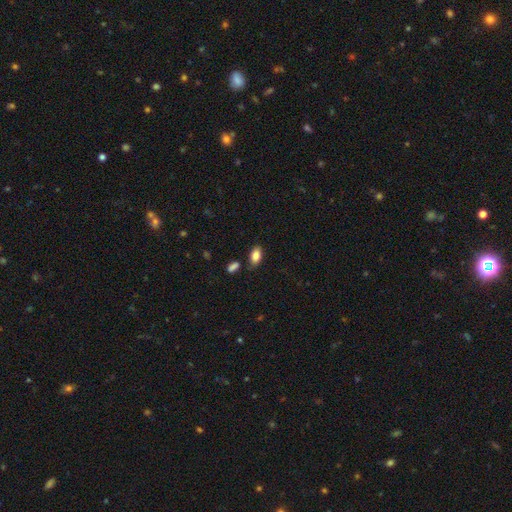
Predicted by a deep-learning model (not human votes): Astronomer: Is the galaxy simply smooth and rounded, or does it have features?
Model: smooth — 86%.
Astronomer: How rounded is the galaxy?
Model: in between — 92%.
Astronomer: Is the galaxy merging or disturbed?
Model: none — 79%.